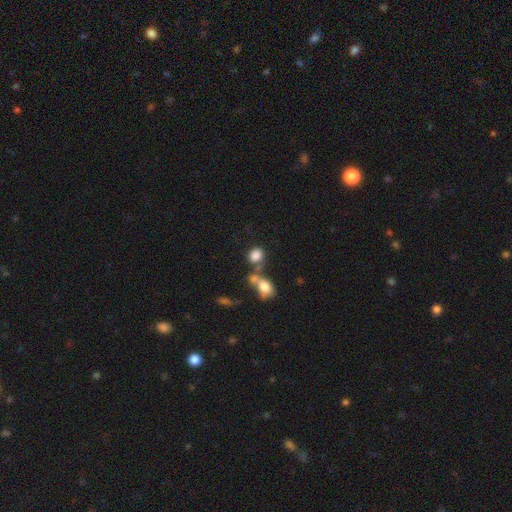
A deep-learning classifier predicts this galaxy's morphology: A smooth galaxy with no disk features (82%) that is round (53%).

Vote fractions:
- Smooth or featured? smooth: 82% / star or artifact: 10% / featured or disk: 8%
- How rounded? round: 53% / in between: 45% / cigar-shaped: 2%
- Merging? none: 41% / merger: 39% / minor disturbance: 11% / major disturbance: 8%